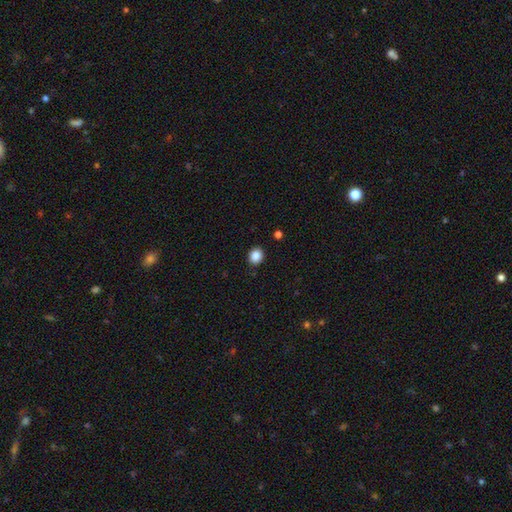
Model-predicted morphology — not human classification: The model was most divided on "how rounded": round: 66%, in between: 33%, cigar-shaped: 1%. More confident: merging — none (90%); smooth or featured — smooth (85%).